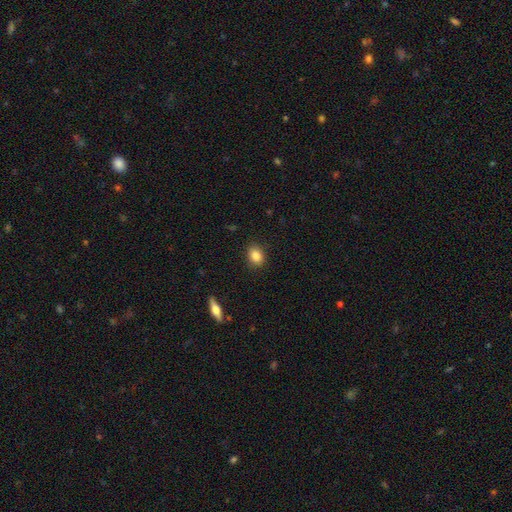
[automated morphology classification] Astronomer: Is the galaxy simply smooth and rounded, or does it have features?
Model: smooth — 86%.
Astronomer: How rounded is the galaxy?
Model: in between — 61% (runner-up: round, 38%).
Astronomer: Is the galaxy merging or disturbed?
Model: none — 88%.